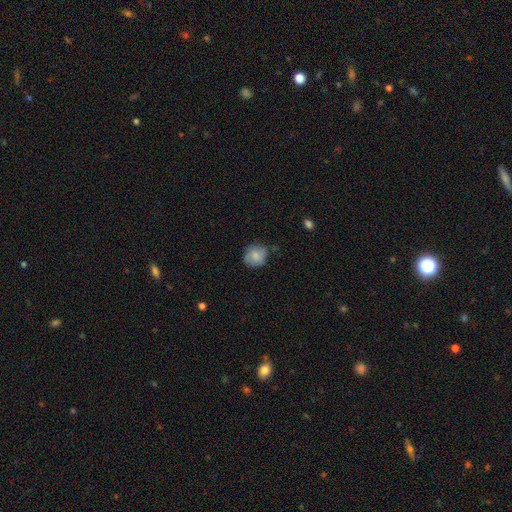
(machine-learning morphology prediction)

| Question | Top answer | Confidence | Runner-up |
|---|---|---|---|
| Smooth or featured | smooth | 77% | featured or disk (15%) |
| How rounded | round | 81% | in between (18%) |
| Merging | none | 68% | minor disturbance (24%) |